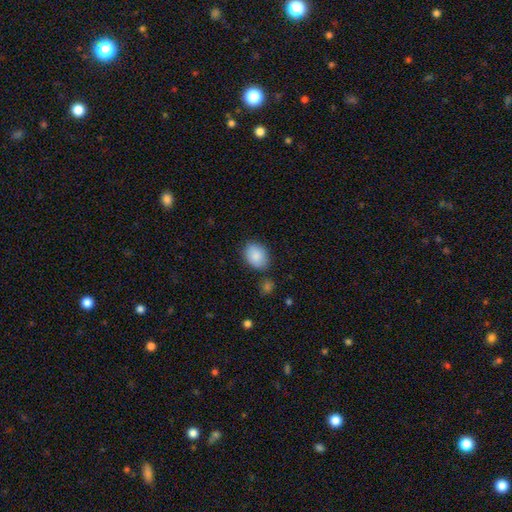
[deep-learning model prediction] Morphology: type=smooth (87%); roundness=in between (74%); merging=none (79%).